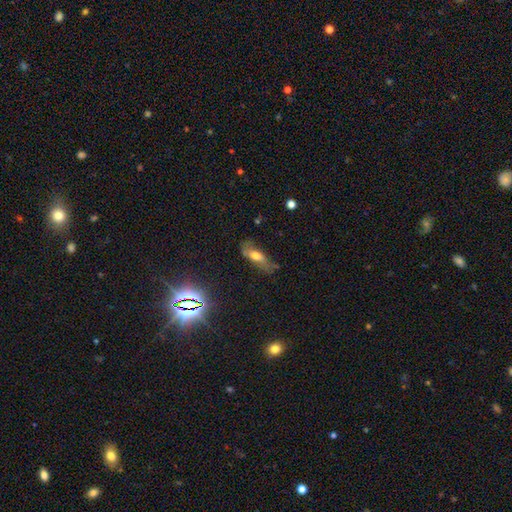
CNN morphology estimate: The model was most divided on "smooth or featured": smooth: 49%, featured or disk: 38%, star or artifact: 13%. More confident: merging — none (58%).